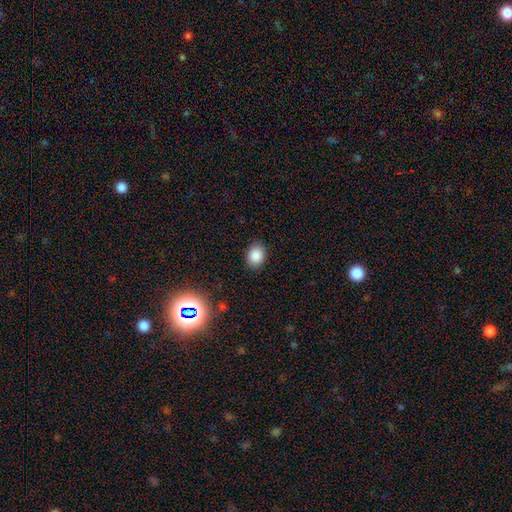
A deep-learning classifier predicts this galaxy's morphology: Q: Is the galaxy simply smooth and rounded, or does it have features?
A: smooth — 85%.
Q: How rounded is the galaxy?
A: in between — 60%.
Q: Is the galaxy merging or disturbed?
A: none — 87%.